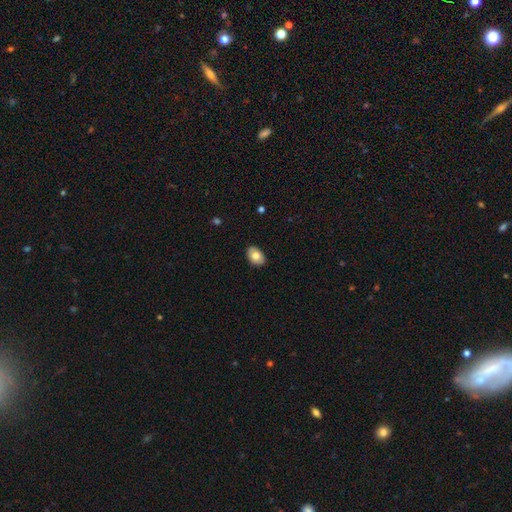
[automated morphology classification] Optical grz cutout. It shows a smooth galaxy with no disk features (76%) that is in between round and cigar-shaped (86%). Merging: none (87%).